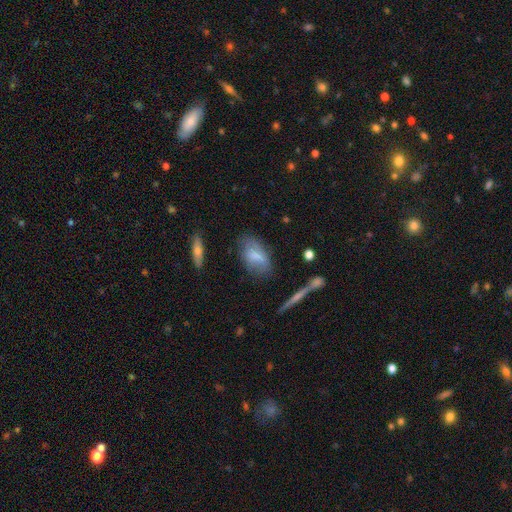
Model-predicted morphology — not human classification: Q: Smooth or featured?
A: smooth (69%); runner-up: featured or disk (24%)
Q: How rounded?
A: in between (90%); runner-up: cigar-shaped (6%)
Q: Merging?
A: none (60%); runner-up: minor disturbance (27%)